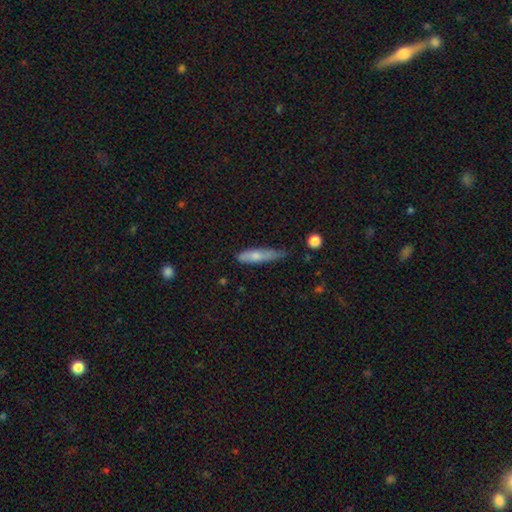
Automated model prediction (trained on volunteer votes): A smooth galaxy with no disk features (70%) that is cigar-shaped (74%).

Vote fractions:
- Smooth or featured? smooth: 70% / featured or disk: 24% / star or artifact: 6%
- How rounded? cigar-shaped: 74% / in between: 24% / round: 2%
- Merging? none: 48% / minor disturbance: 39% / major disturbance: 10% / merger: 3%